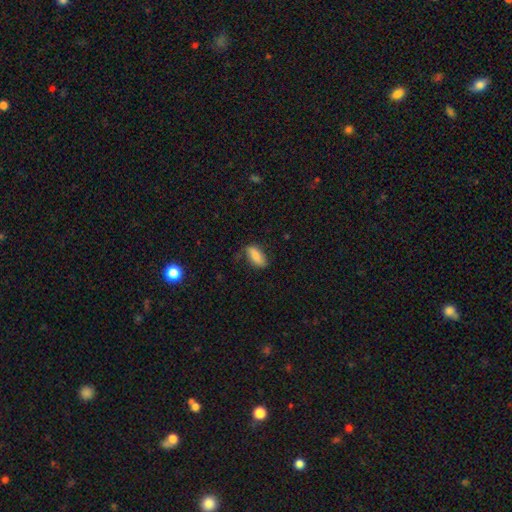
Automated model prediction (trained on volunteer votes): A smooth galaxy with no disk features (81%) that is in between round and cigar-shaped (84%).

Vote fractions:
- Smooth or featured? smooth: 81% / featured or disk: 12% / star or artifact: 7%
- How rounded? in between: 84% / cigar-shaped: 14% / round: 3%
- Merging? none: 63% / minor disturbance: 27% / major disturbance: 8% / merger: 2%